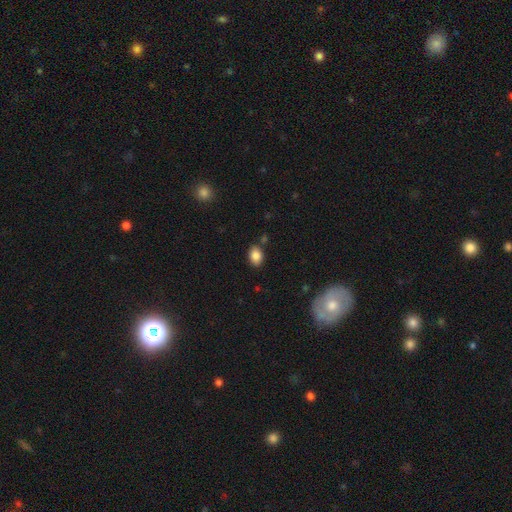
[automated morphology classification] smooth 85%, star or artifact 9%, featured or disk 6%. Down the decision tree: how rounded — in between (76%); merging — none (81%).